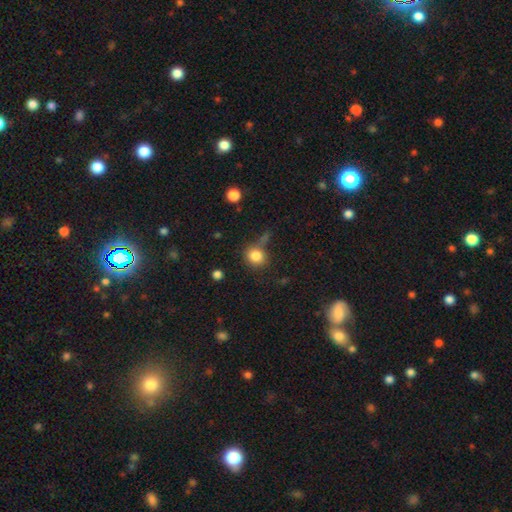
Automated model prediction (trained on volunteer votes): A smooth galaxy with no disk features (83%) that is round (80%). Merging: none (68%).